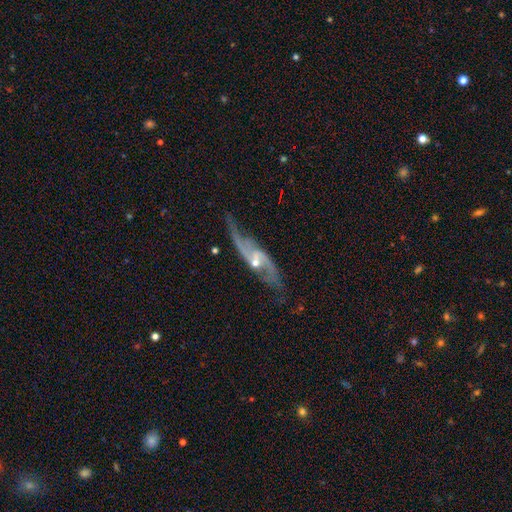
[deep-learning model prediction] Smooth or featured? featured or disk (87%)
Edge-on disk? no (86%)
Bar? no (48%)
Spiral arms? yes (95%)
Spiral winding? loose (66%)
Spiral arm count? 2 (88%)
Bulge size? small (60%)
Merging? none (64%)